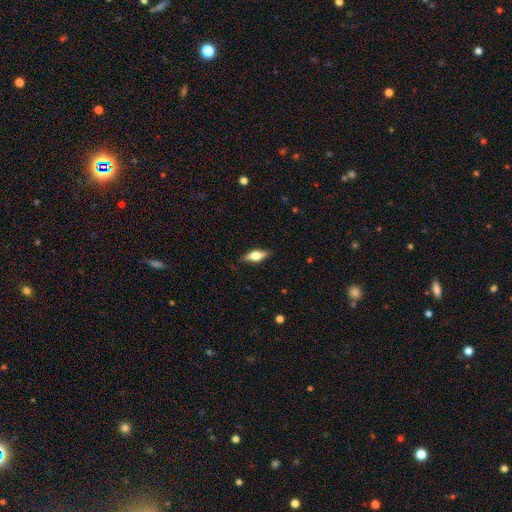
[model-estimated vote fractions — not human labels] smooth-or-featured: smooth: 55% | featured or disk: 38% | star or artifact: 7%
  how-rounded: in between: 70% | cigar-shaped: 26% | round: 3%
  merging: none: 84% | minor disturbance: 13% | major disturbance: 2% | merger: 1%